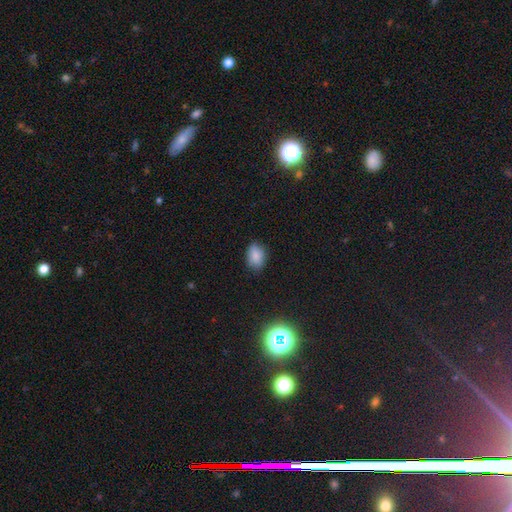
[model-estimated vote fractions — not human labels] Smooth or featured: smooth — 84% (star or artifact — 10%)
How rounded: in between — 78% (round — 21%)
Merging: none — 81% (minor disturbance — 15%)